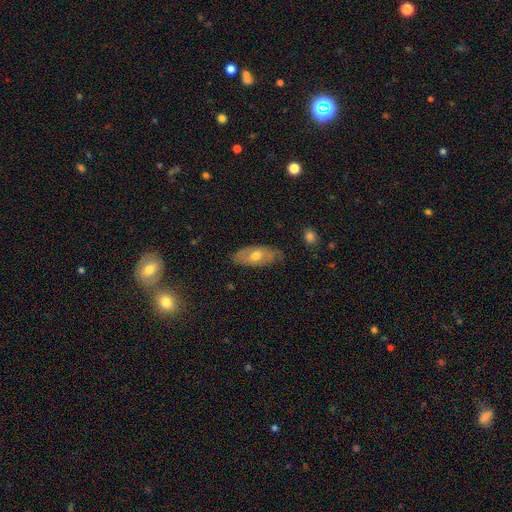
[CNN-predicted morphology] featured or disk 47%, smooth 45%, star or artifact 8%. Down the decision tree: merging — none (81%).